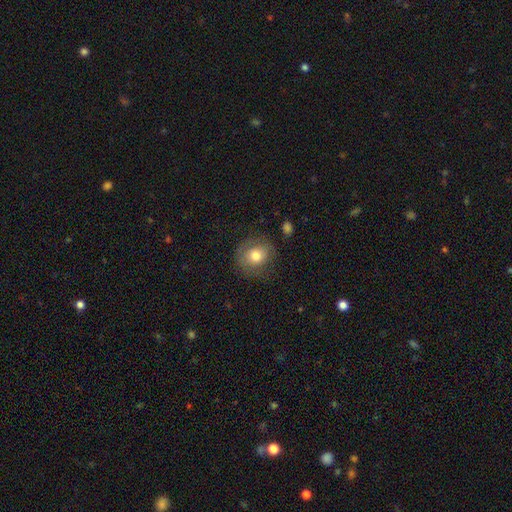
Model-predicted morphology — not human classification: type=smooth (74%); roundness=round (79%); merging=none (75%).